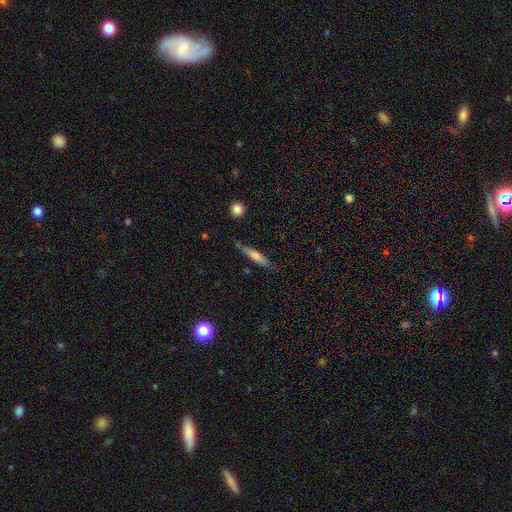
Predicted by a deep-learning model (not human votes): Smooth or featured? smooth (61%)
How rounded? cigar-shaped (86%)
Merging? none (77%)